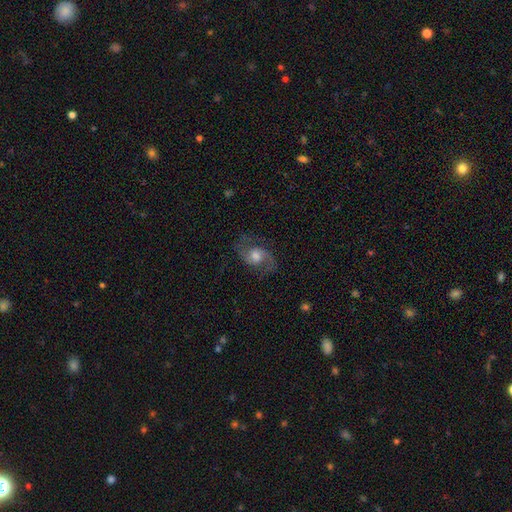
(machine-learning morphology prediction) The model was most divided on "spiral winding": medium: 48%, loose: 41%, tight: 11%. More confident: edge-on disk — no (97%); spiral arms — yes (93%); spiral arm count — 2 (91%); smooth or featured — featured or disk (76%); merging — none (74%); bar — no (57%); bulge size — moderate (57%).